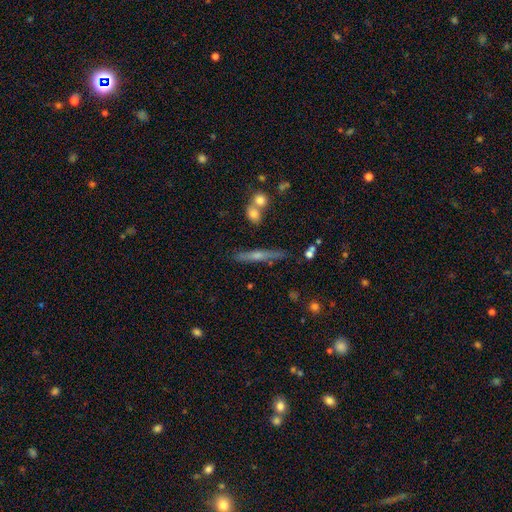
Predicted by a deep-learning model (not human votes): smooth-or-featured: featured or disk: 59% | smooth: 31% | star or artifact: 11%
  disk-edge-on: yes: 94% | no: 6%
    edge-on-bulge: rounded: 73% | none: 21% | boxy: 6%
  merging: none: 79% | minor disturbance: 12% | merger: 6% | major disturbance: 3%